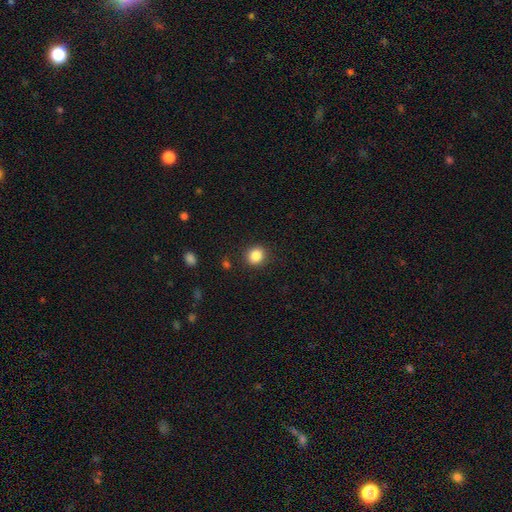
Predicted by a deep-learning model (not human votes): Q: Smooth or featured?
A: smooth (86%); runner-up: star or artifact (10%)
Q: How rounded?
A: round (77%); runner-up: in between (22%)
Q: Merging?
A: none (89%); runner-up: minor disturbance (7%)